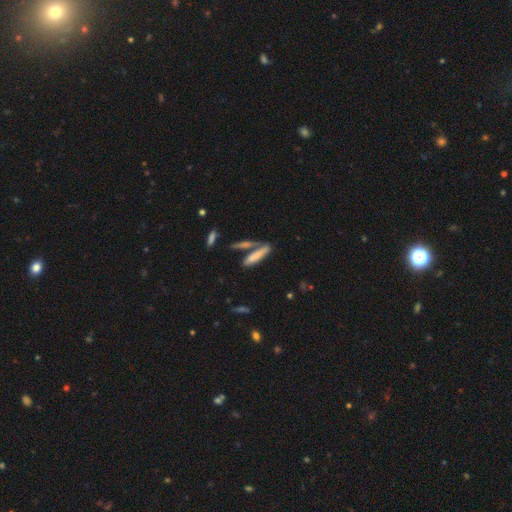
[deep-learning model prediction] Overall: smooth (71%). How rounded: cigar-shaped (79%). Merging: none (54%; merger 29%).